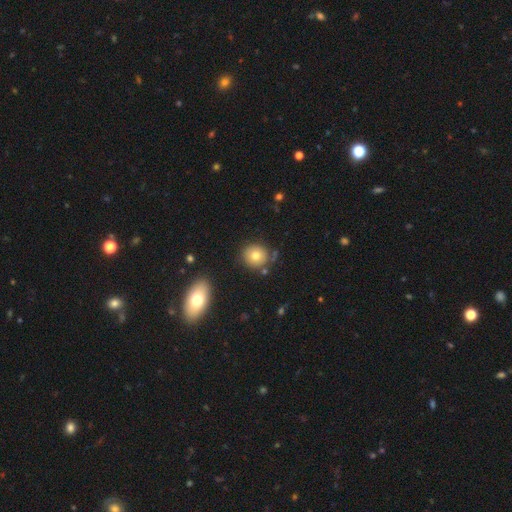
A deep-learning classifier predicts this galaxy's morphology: This is likely a smooth galaxy (77%). How rounded: clearly round (85%). Merging: likely none (79%).